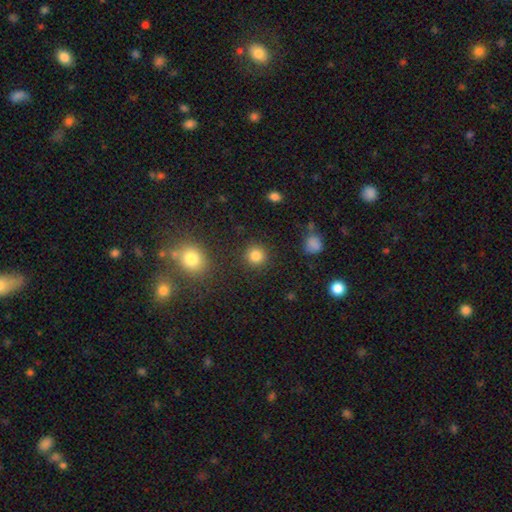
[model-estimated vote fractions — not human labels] smooth_or_featured: smooth (p=0.85) [alt: star or artifact p=0.11]
how_rounded: round (p=0.92) [alt: in between p=0.07]
merging: none (p=0.90) [alt: minor disturbance p=0.06]